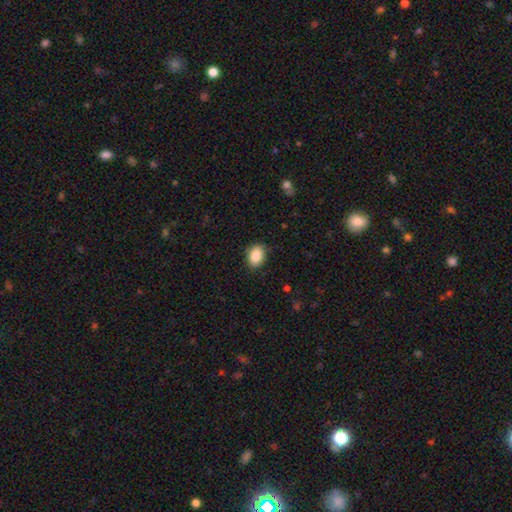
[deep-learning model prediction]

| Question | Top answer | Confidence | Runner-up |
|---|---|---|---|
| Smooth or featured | smooth | 88% | star or artifact (8%) |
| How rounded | in between | 79% | round (20%) |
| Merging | none | 83% | minor disturbance (13%) |